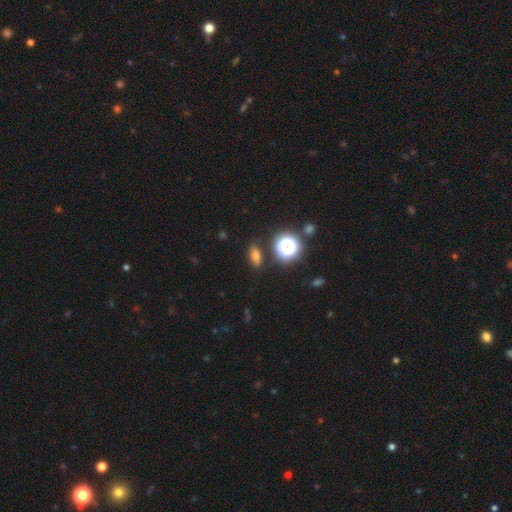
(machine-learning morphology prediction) Overall: smooth (66%). How rounded: in between (70%). Merging: none (85%).